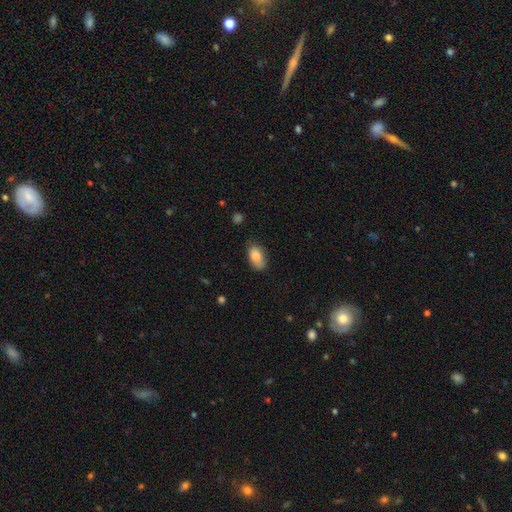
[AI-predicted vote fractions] This appears to be a smooth galaxy with no disk features (81%) that is in between round and cigar-shaped (92%). Merging: none (69%).